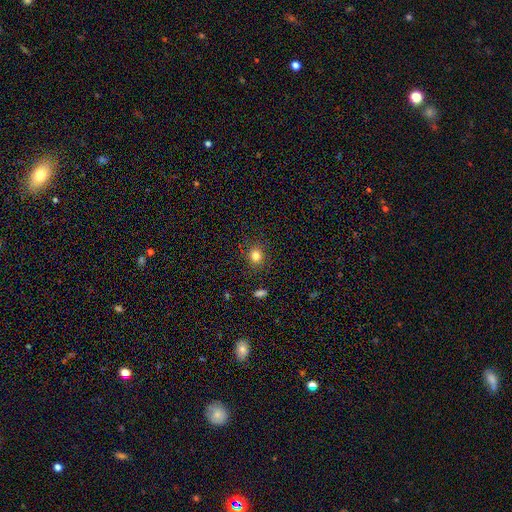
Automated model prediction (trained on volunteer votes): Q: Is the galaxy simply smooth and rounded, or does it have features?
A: smooth — 81%.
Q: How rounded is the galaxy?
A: round — 79%.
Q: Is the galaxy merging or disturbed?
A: none — 87%.